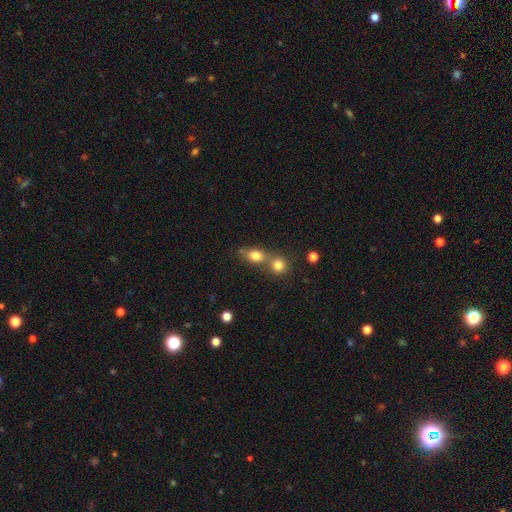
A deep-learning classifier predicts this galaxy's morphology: Overall: smooth (78%). How rounded: in between (51%; round 45%). Merging: merger (48%; none 39%).